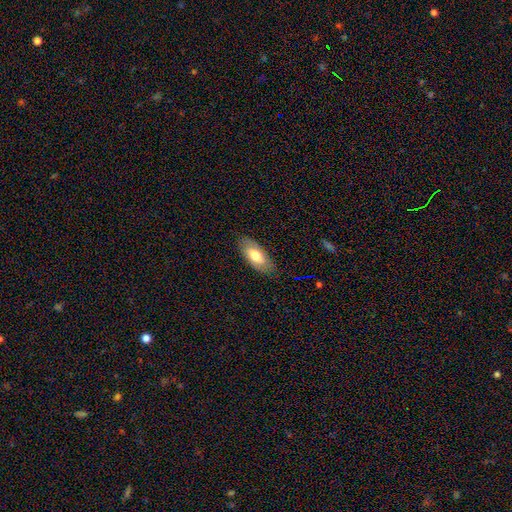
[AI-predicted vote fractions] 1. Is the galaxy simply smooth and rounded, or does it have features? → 68% smooth, 26% featured or disk, 6% star or artifact.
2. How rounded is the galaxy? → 88% in between, 10% cigar-shaped, 2% round.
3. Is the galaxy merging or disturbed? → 84% none, 12% minor disturbance, 3% major disturbance, 1% merger.